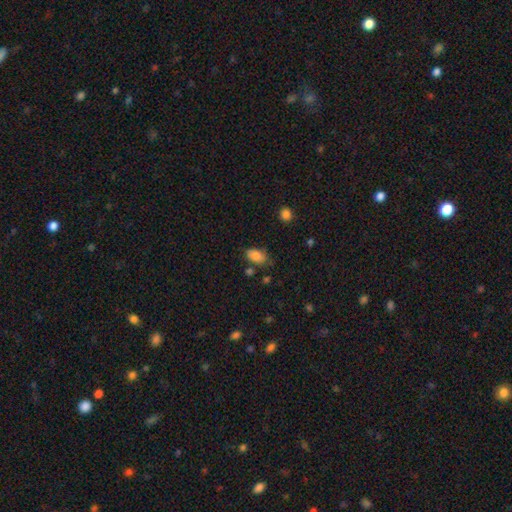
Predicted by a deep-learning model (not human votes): Morphology: type=smooth (84%); roundness=in between (92%); merging=none (66%).